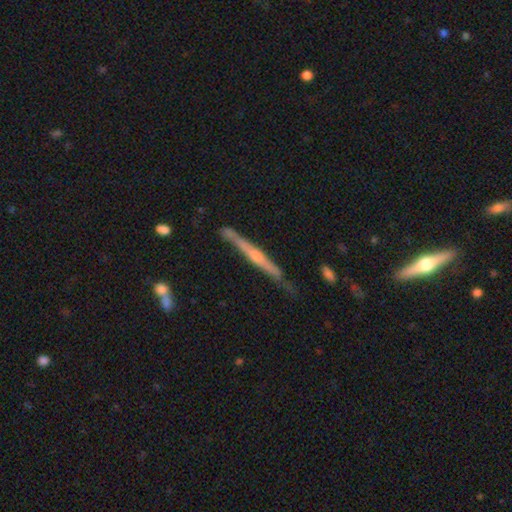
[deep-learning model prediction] Overall: featured or disk (70%). Edge-on disk: yes (97%). Edge-on bulge: rounded (63%; none 28%). Merging: none (73%).